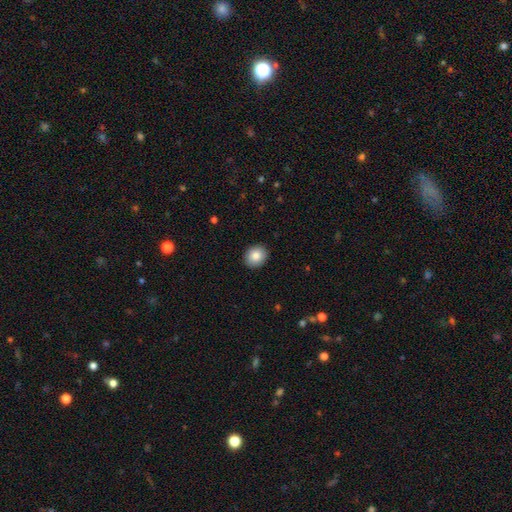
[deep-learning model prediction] This appears to be a smooth galaxy with no disk features (85%) that is round (62%). Merging: none (91%).